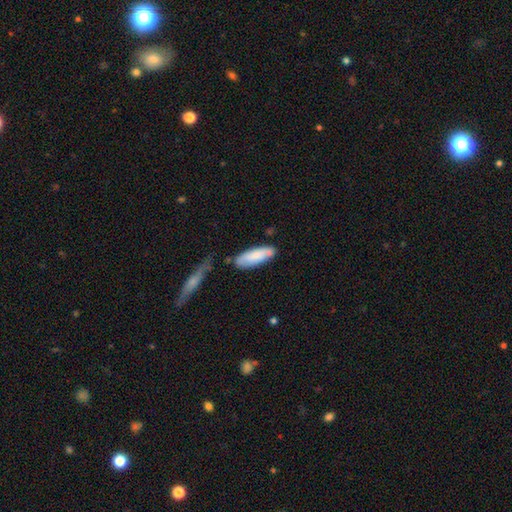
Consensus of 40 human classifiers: This appears to be a smooth galaxy with no disk features (70%) that is in between round and cigar-shaped (64%). Merging: none (79%).